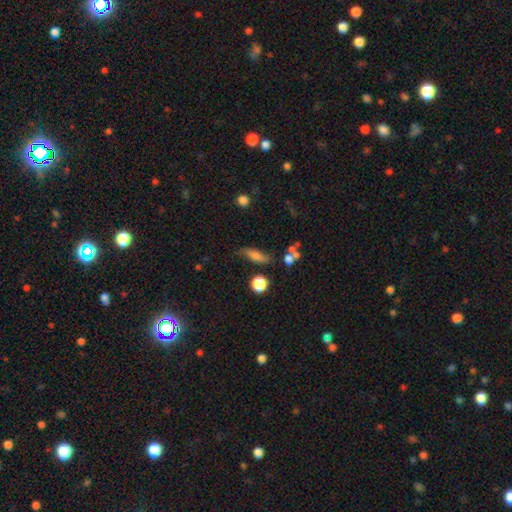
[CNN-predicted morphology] Q: Smooth or featured?
A: smooth (60%); runner-up: featured or disk (29%)
Q: How rounded?
A: in between (51%); runner-up: cigar-shaped (40%)
Q: Merging?
A: none (60%); runner-up: minor disturbance (24%)